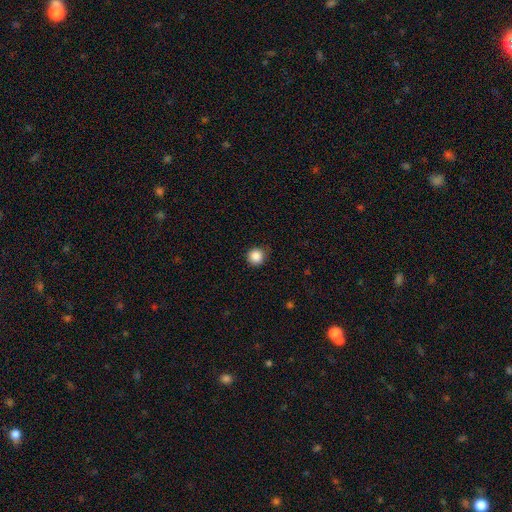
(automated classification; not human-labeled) Smooth or featured: smooth — 87% (star or artifact — 10%)
How rounded: round — 94% (in between — 5%)
Merging: none — 85% (minor disturbance — 11%)